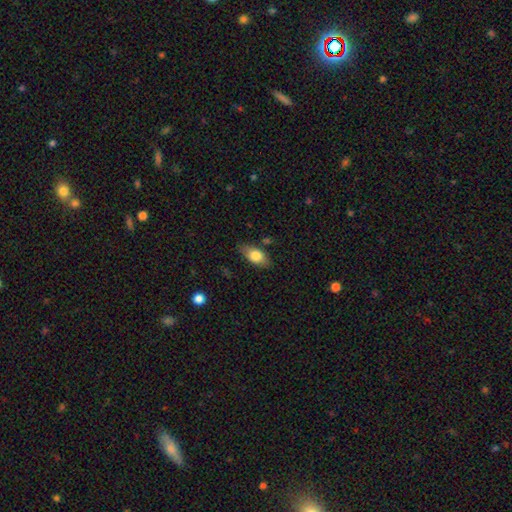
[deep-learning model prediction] Q: Smooth or featured?
A: smooth (77%); runner-up: featured or disk (16%)
Q: How rounded?
A: in between (88%); runner-up: cigar-shaped (7%)
Q: Merging?
A: none (79%); runner-up: minor disturbance (15%)